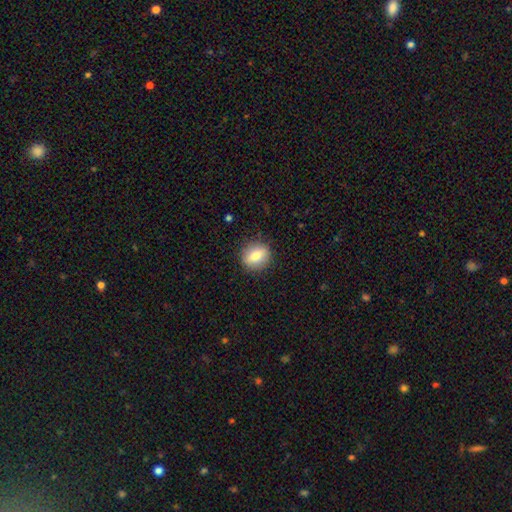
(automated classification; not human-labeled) Smooth or featured? smooth (80%)
How rounded? round (60%)
Merging? none (87%)